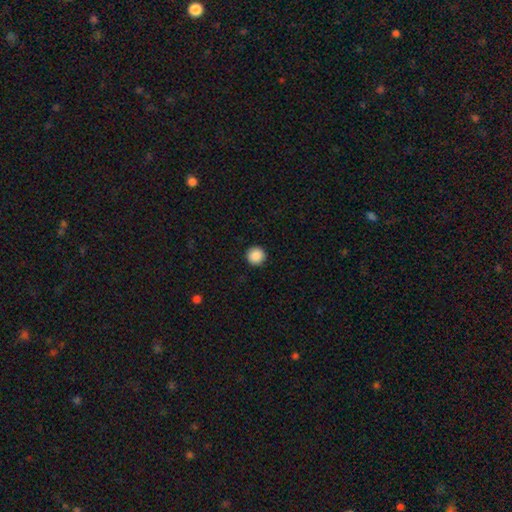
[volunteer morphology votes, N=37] Smooth or featured? smooth (95%)
How rounded? round (97%)
Merging? none (94%)